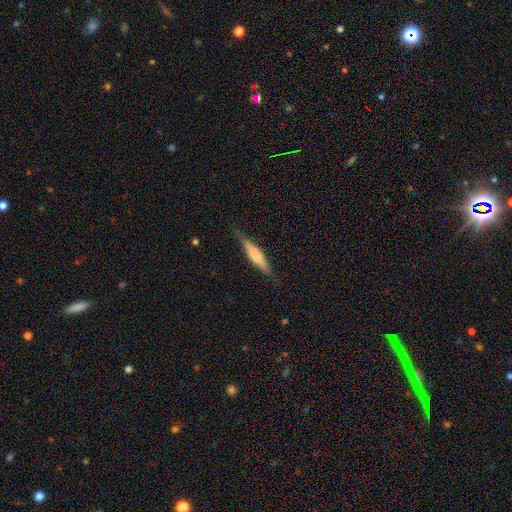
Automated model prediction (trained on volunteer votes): A smooth galaxy with no disk features (51%) that is cigar-shaped (81%).

Vote fractions:
- Smooth or featured? smooth: 51% / featured or disk: 43% / star or artifact: 6%
- How rounded? cigar-shaped: 81% / in between: 17% / round: 2%
- Merging? none: 82% / minor disturbance: 14% / major disturbance: 3% / merger: 1%